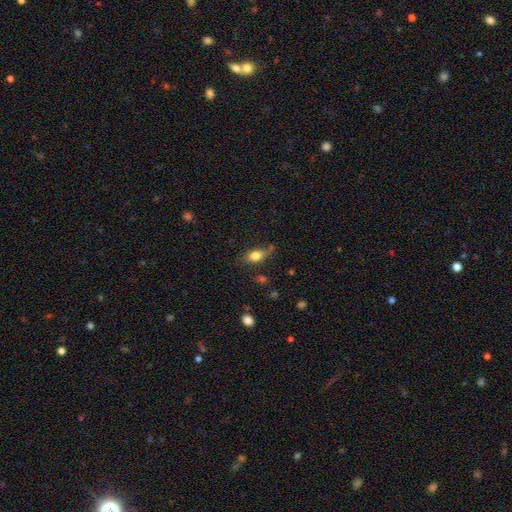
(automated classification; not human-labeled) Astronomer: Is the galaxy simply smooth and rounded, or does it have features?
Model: smooth — 80%.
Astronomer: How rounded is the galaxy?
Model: in between — 85%.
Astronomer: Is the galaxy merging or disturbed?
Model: none — 71%.